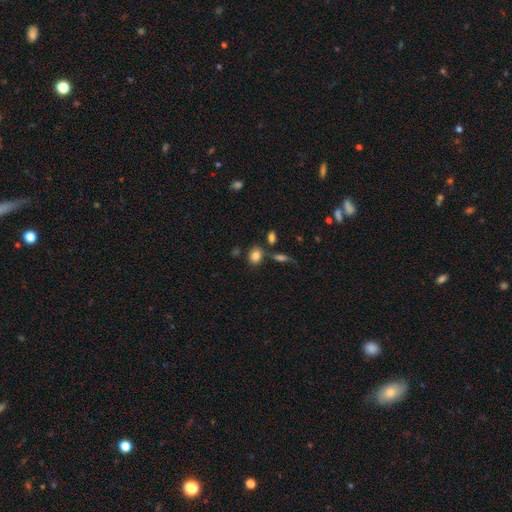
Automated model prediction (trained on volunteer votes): Overall: smooth (82%). How rounded: round (51%; in between 47%). Merging: none (69%).